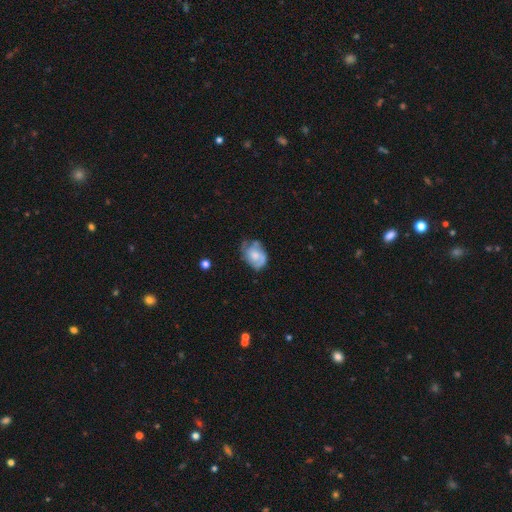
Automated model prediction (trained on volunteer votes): This is possibly a featured or disk galaxy (59%). It is clearly not viewed edge-on (97%). Bar: likely no (74%). Spiral arm pattern: clearly yes (81%). Central bulge: marginally moderate (45%). Merging: possibly none (49%).